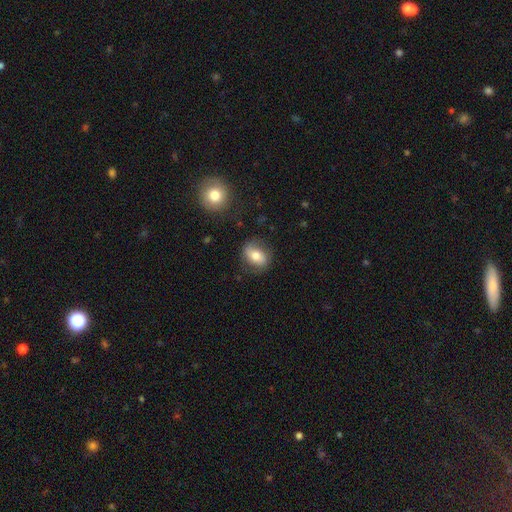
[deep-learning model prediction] Smooth or featured?
  - smooth: 64% *
  - featured or disk: 28%
  - star or artifact: 8%
How rounded?
  - in between: 65% *
  - round: 33%
  - cigar-shaped: 2%
Merging?
  - none: 75% *
  - minor disturbance: 17%
  - major disturbance: 6%
  - merger: 2%